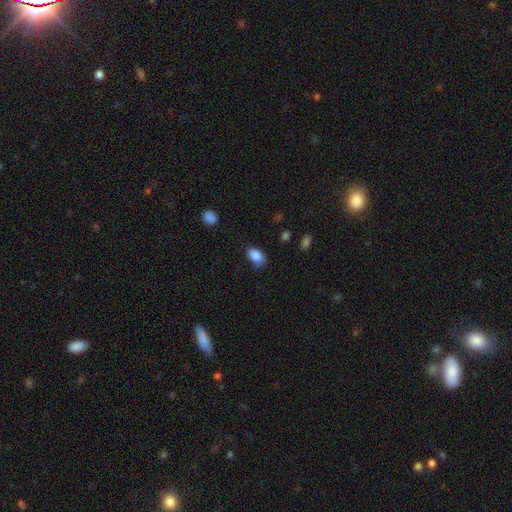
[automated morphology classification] smooth_or_featured: smooth (p=0.88) [alt: star or artifact p=0.08]
how_rounded: in between (p=0.87) [alt: round p=0.11]
merging: none (p=0.74) [alt: minor disturbance p=0.20]